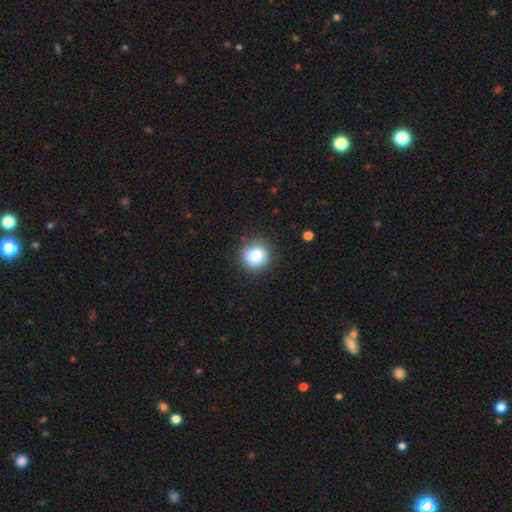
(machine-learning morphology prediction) type=smooth (81%); roundness=round (89%); merging=none (83%).